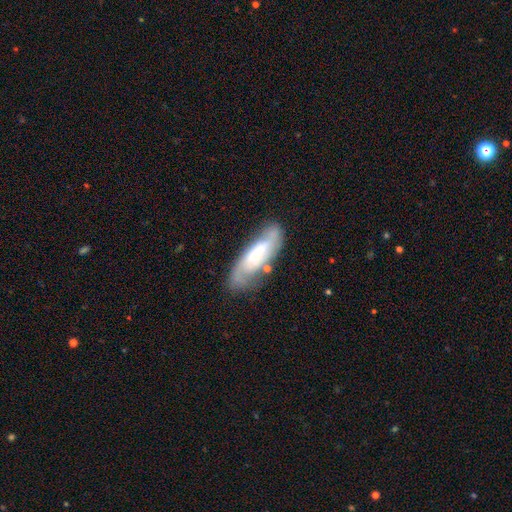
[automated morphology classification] A featured or disk galaxy (65%) with no bar (60%), spiral arms (81%) and a small central bulge (49%).

Vote fractions:
- Smooth or featured? featured or disk: 65% / smooth: 29% / star or artifact: 6%
- Edge-on disk? no: 82% / yes: 18%
- Bar? no: 60% / weak: 29% / strong: 11%
- Spiral arms? yes: 81% / no: 19%
- Bulge size? small: 49% / moderate: 44% / large: 4% / none: 2% / dominant: 1%
- Merging? none: 68% / minor disturbance: 19% / major disturbance: 7% / merger: 6%